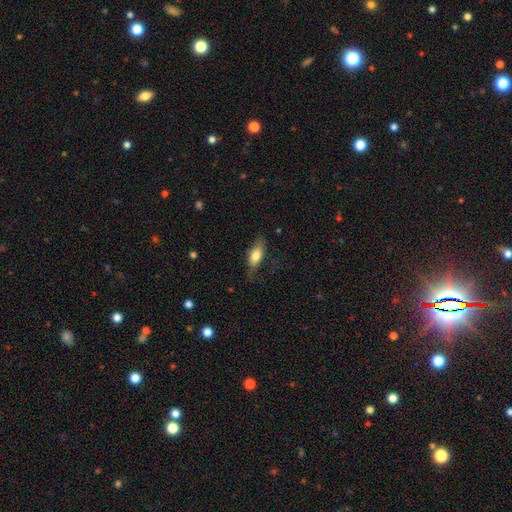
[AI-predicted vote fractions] smooth 72%, featured or disk 21%, star or artifact 7%. Down the decision tree: how rounded — in between (74%); merging — none (65%).